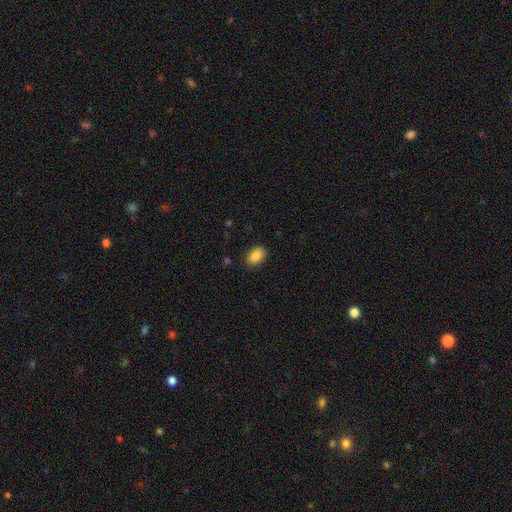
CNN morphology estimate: A smooth galaxy with no disk features (88%) that is in between round and cigar-shaped (88%).

Vote fractions:
- Smooth or featured? smooth: 88% / star or artifact: 8% / featured or disk: 5%
- How rounded? in between: 88% / round: 10% / cigar-shaped: 2%
- Merging? none: 85% / minor disturbance: 12% / major disturbance: 3% / merger: 1%